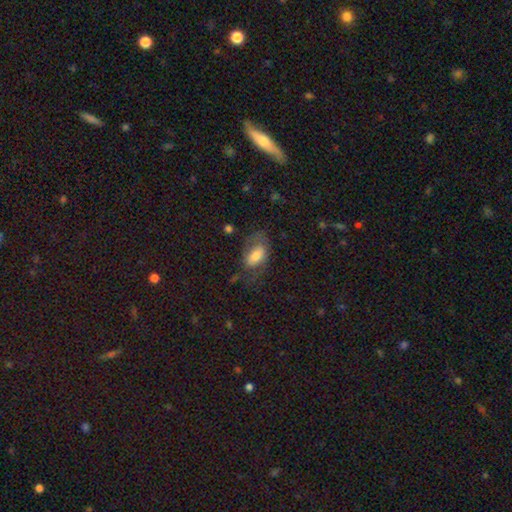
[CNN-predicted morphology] smooth_or_featured: smooth (p=0.63) [alt: featured or disk p=0.29]
how_rounded: in between (p=0.90) [alt: round p=0.07]
merging: none (p=0.48) [alt: minor disturbance p=0.26]